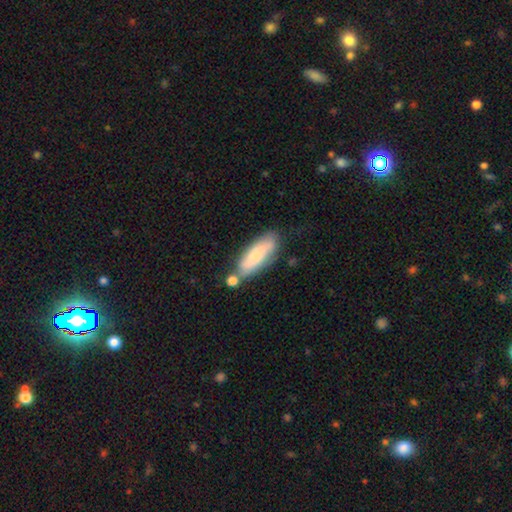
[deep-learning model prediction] Smooth or featured? Predicted: smooth (p=0.67). How rounded? Predicted: in between (p=0.58). Merging? Predicted: none (p=0.58).